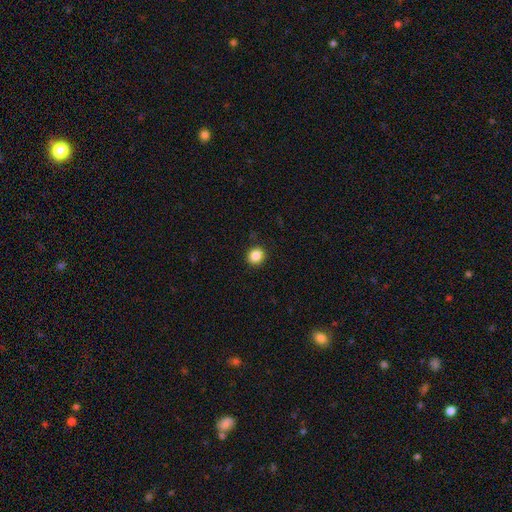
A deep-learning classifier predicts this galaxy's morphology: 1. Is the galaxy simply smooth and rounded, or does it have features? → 86% smooth, 10% star or artifact, 4% featured or disk.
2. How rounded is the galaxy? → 81% round, 18% in between, 1% cigar-shaped.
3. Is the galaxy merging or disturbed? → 91% none, 6% minor disturbance, 2% major disturbance, 1% merger.